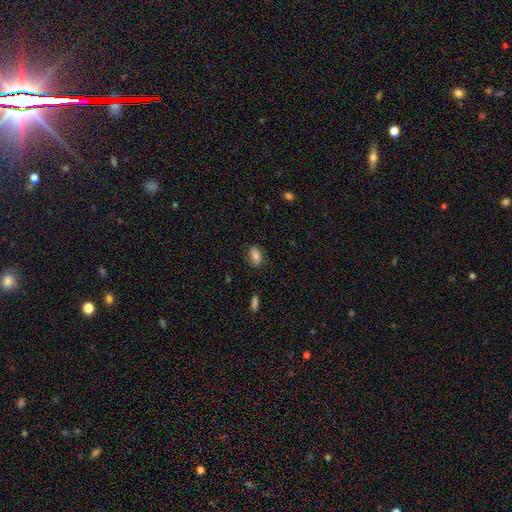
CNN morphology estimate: Smooth or featured? smooth (78%)
How rounded? in between (85%)
Merging? none (80%)